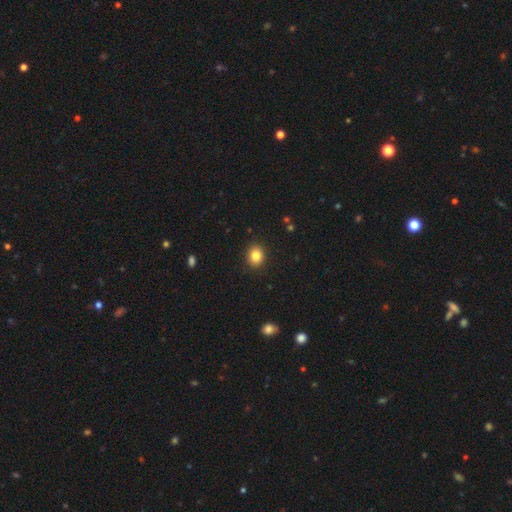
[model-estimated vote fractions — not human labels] smooth-or-featured: smooth: 84% | star or artifact: 10% | featured or disk: 6%
  how-rounded: round: 68% | in between: 31% | cigar-shaped: 1%
  merging: none: 91% | minor disturbance: 6% | major disturbance: 2% | merger: 1%